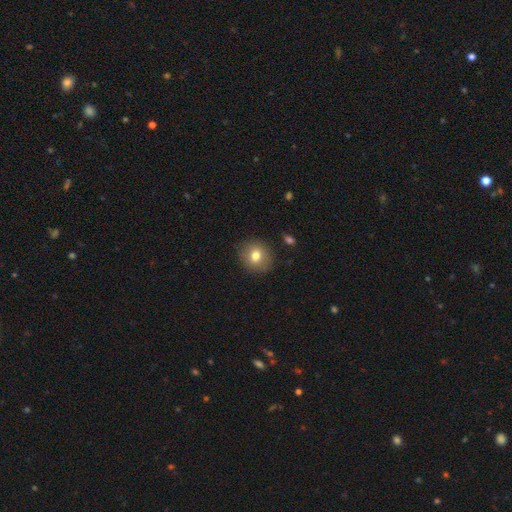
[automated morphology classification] This is likely a smooth galaxy (77%). How rounded: clearly round (84%). Merging: clearly none (88%).